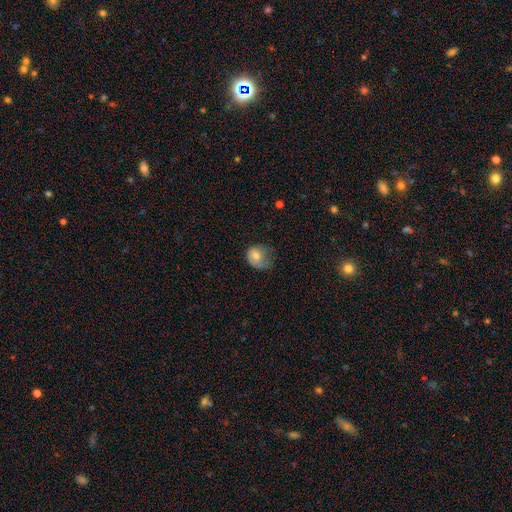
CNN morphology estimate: This appears to be a smooth galaxy with no disk features (75%) that is round (59%). Merging: minor disturbance (37%).